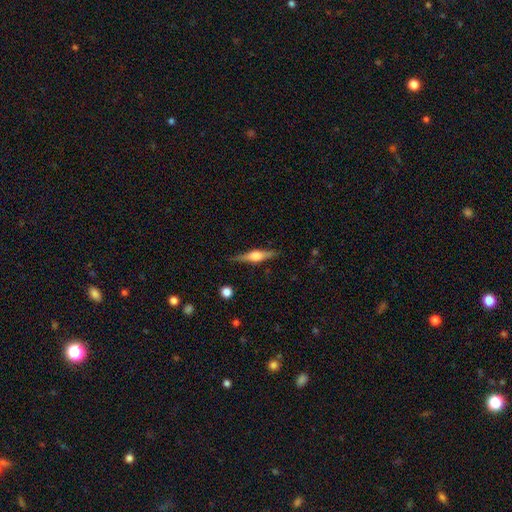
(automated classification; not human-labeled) Smooth or featured? Predicted: featured or disk (p=0.73). Edge-on disk? Predicted: yes (p=0.97). Edge-on bulge? Predicted: rounded (p=0.85). Merging? Predicted: none (p=0.86).